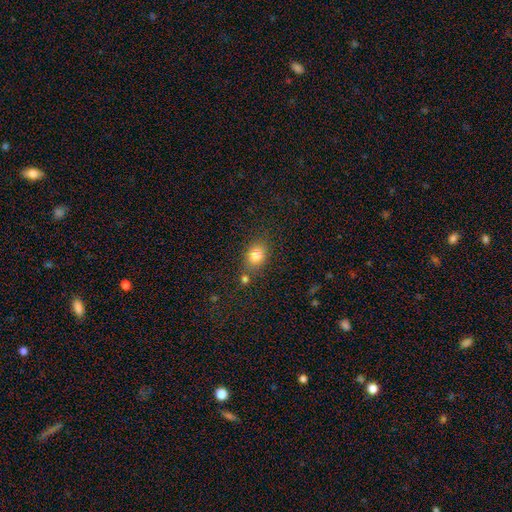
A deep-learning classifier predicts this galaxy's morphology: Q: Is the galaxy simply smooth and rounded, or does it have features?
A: smooth — 82%.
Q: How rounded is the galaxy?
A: in between — 57%.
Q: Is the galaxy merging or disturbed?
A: none — 68%.